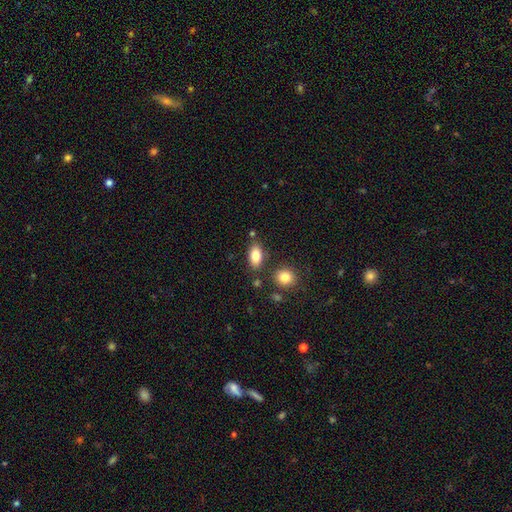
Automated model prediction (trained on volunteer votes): Smooth or featured: smooth — 84% (star or artifact — 8%)
How rounded: in between — 89% (round — 7%)
Merging: none — 79% (minor disturbance — 11%)